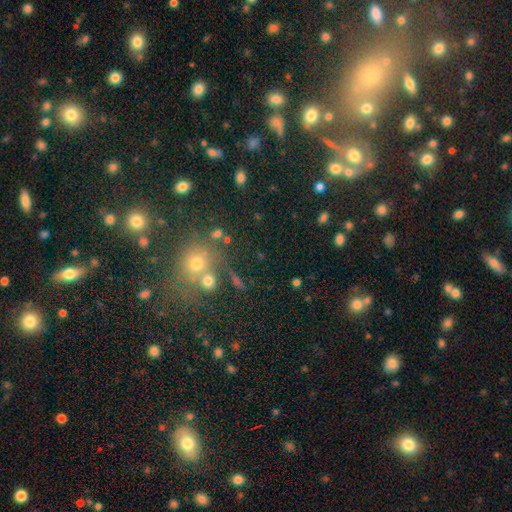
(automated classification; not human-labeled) smooth_or_featured: smooth (p=0.45) [tied with: star or artifact p=0.45]
merging: none (p=0.71) [alt: merger p=0.13]